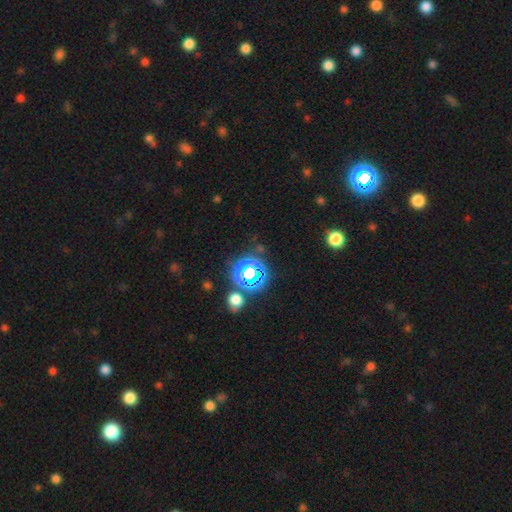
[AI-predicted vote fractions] smooth-or-featured: star or artifact: 71% | smooth: 23% | featured or disk: 7%